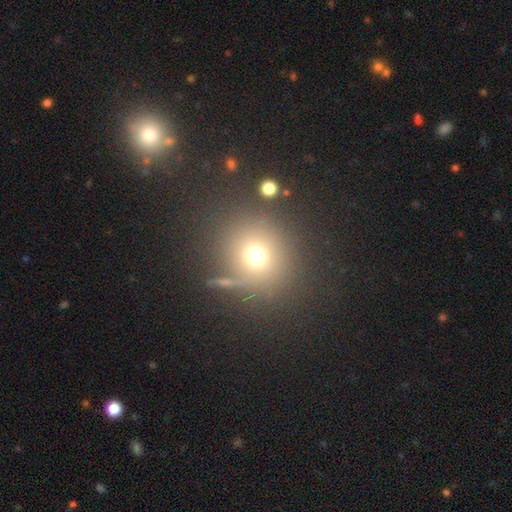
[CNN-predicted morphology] A smooth galaxy with no disk features (70%) that is round (88%). Merging: none (78%).